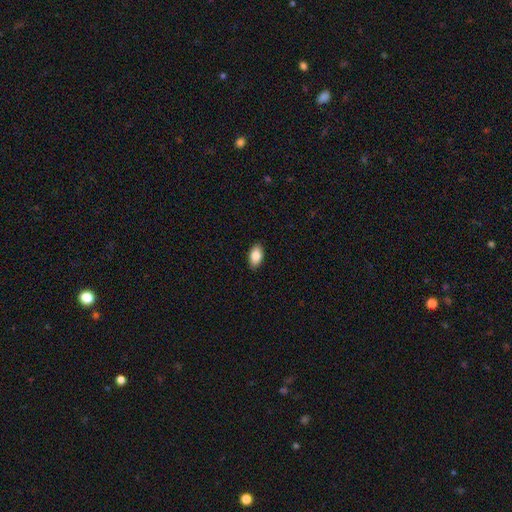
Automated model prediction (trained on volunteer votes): Overall: smooth (86%). How rounded: in between (93%). Merging: none (89%).